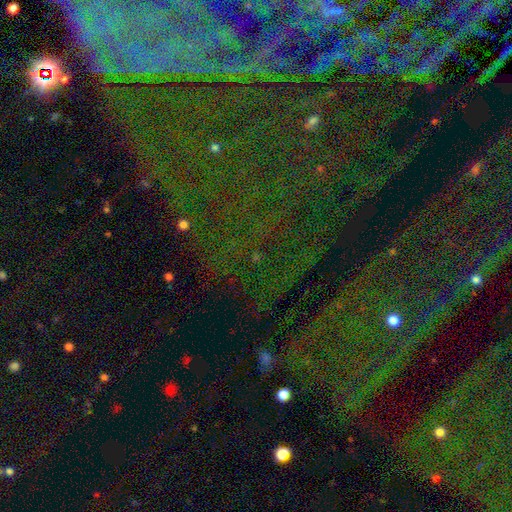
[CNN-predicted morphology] Q: Smooth or featured?
A: star or artifact (67%); runner-up: featured or disk (21%)